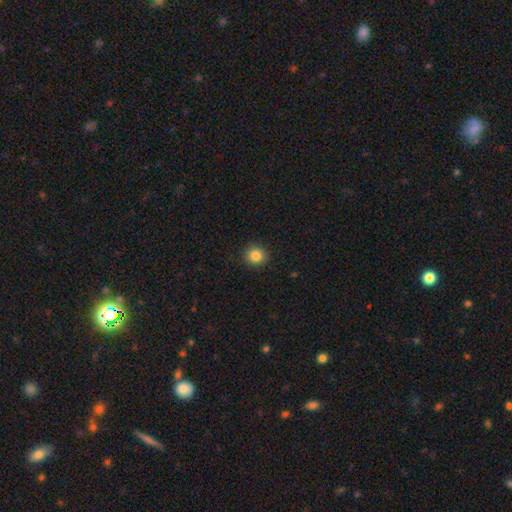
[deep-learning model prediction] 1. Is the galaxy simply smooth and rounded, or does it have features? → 85% smooth, 10% star or artifact, 5% featured or disk.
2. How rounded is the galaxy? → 91% round, 8% in between, 1% cigar-shaped.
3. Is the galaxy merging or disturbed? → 92% none, 5% minor disturbance, 2% major disturbance, 1% merger.